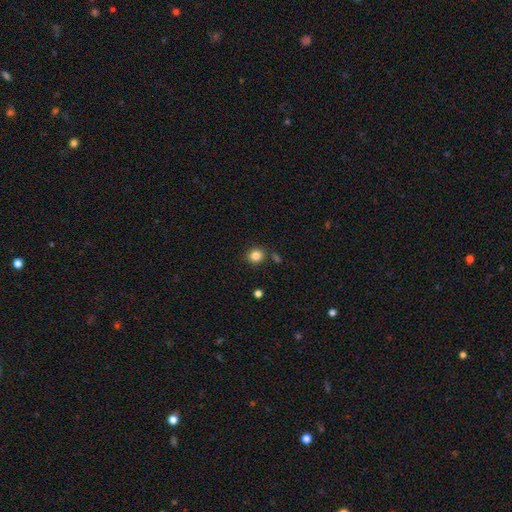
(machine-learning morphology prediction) smooth 84%, star or artifact 11%, featured or disk 5%. Down the decision tree: how rounded — round (83%); merging — none (84%).